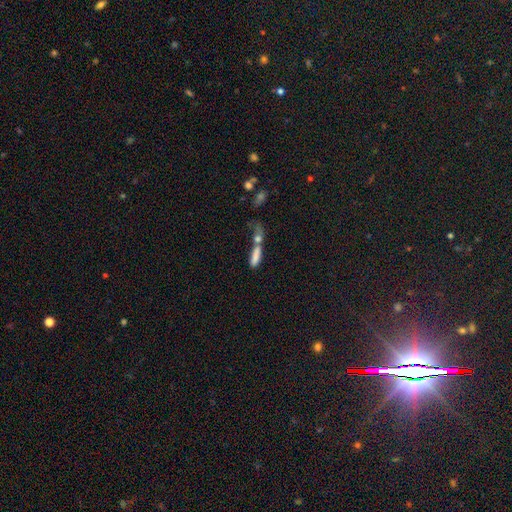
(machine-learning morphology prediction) smooth_or_featured: smooth (p=0.73) [alt: featured or disk p=0.17]
how_rounded: cigar-shaped (p=0.56) [alt: in between p=0.40]
merging: merger (p=0.53) [alt: none p=0.24]